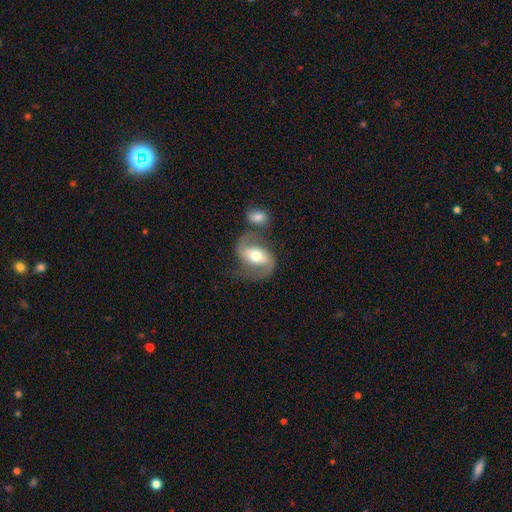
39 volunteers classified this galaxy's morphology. Q: Smooth or featured?
A: featured or disk (95%); runner-up: smooth (5%)
Q: Edge-on disk?
A: no (97%); runner-up: yes (3%)
Q: Bar?
A: weak (42%); runner-up: strong (31%)
Q: Spiral arms?
A: yes (97%); runner-up: no (3%)
Q: Spiral winding?
A: loose (51%); runner-up: medium (46%)
Q: Spiral arm count?
A: 2 (100%)
Q: Bulge size?
A: moderate (69%); runner-up: large (14%)
Q: Merging?
A: none (44%); runner-up: minor disturbance (28%)